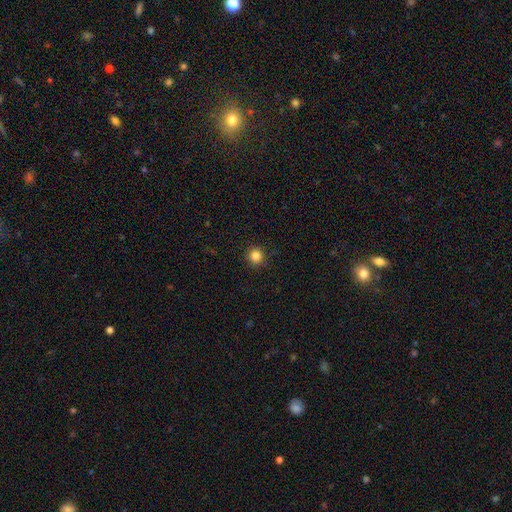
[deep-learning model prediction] This appears to be a smooth galaxy with no disk features (85%) that is round (93%). Merging: none (91%).